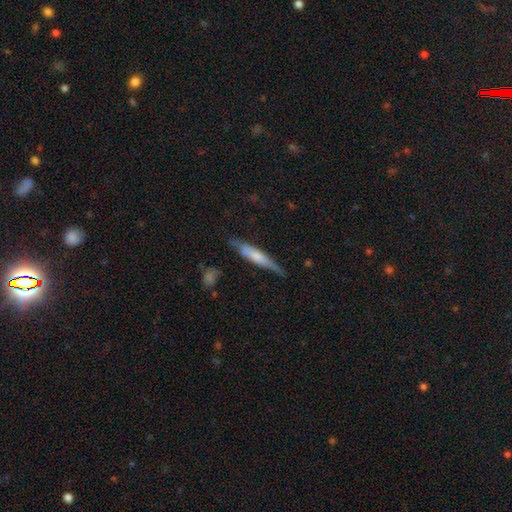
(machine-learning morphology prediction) This is possibly a smooth galaxy (53%). How rounded: clearly cigar-shaped (87%). Merging: likely none (70%).